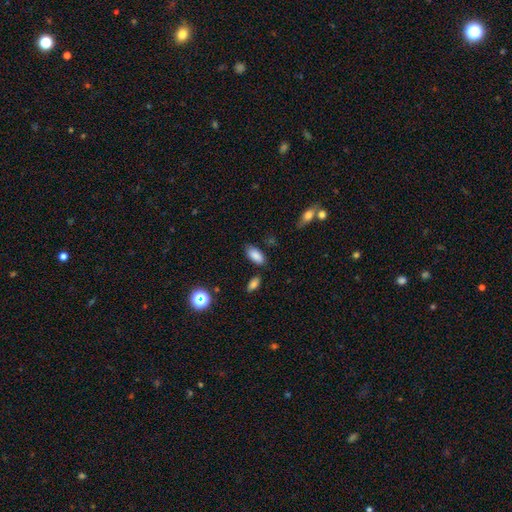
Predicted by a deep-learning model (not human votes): Smooth or featured? smooth (85%)
How rounded? in between (90%)
Merging? none (80%)